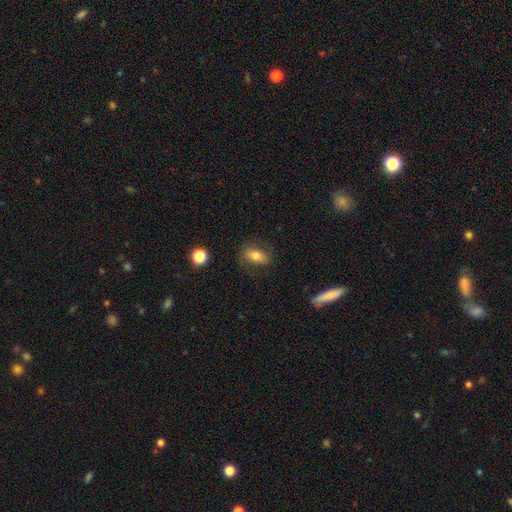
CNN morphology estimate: Smooth or featured: smooth — 70% (featured or disk — 21%)
How rounded: in between — 83% (round — 12%)
Merging: none — 76% (minor disturbance — 16%)